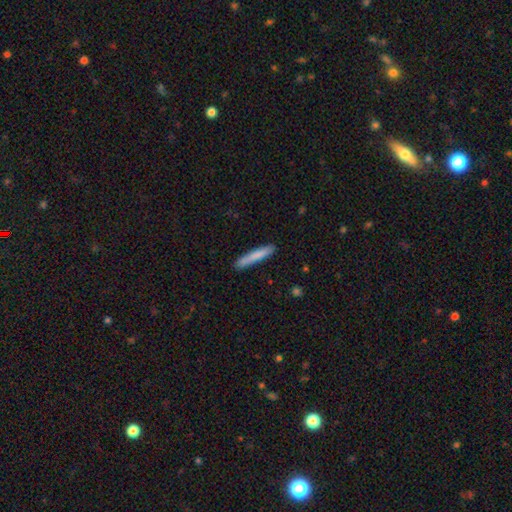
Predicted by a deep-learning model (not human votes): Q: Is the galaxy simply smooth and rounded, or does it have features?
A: smooth — 79%.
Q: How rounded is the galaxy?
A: cigar-shaped — 94%.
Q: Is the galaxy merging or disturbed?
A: none — 85%.